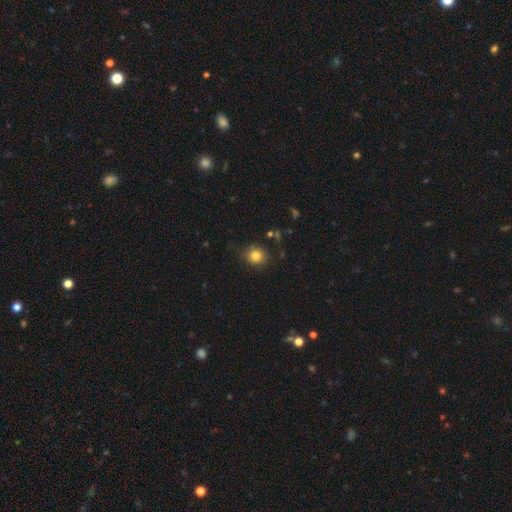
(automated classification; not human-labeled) The model was most divided on "how rounded": round: 77%, in between: 22%, cigar-shaped: 1%. More confident: smooth or featured — smooth (82%); merging — none (80%).